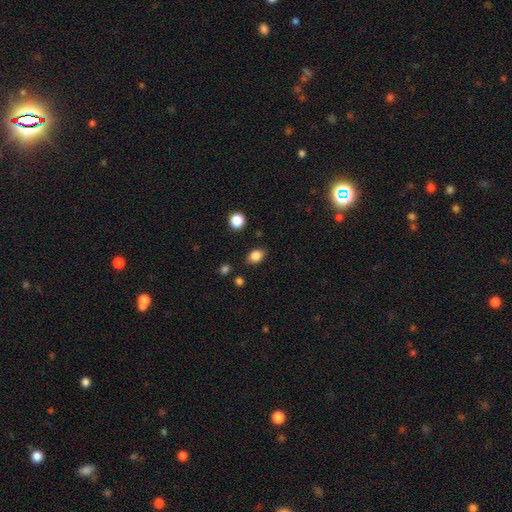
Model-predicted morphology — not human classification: Q: Smooth or featured?
A: smooth (84%); runner-up: star or artifact (10%)
Q: How rounded?
A: in between (74%); runner-up: round (25%)
Q: Merging?
A: none (84%); runner-up: minor disturbance (11%)